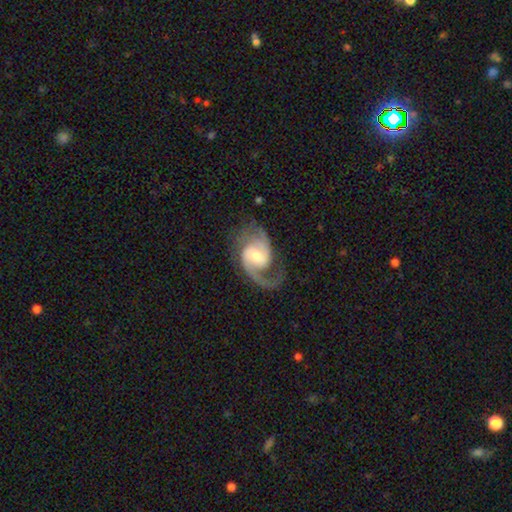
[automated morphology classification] This appears to be a featured or disk galaxy (90%) with a weak bar (48%), 2 (81%) medium (54%) spiral arms (98%) and a moderate central bulge (53%). Merging: none (67%).